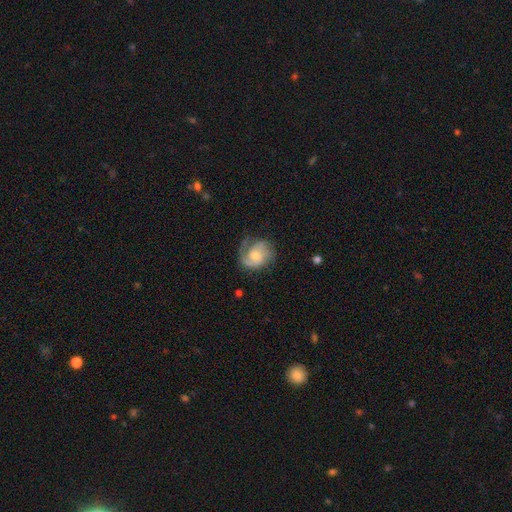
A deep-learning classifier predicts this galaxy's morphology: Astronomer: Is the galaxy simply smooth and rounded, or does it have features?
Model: featured or disk — 77%.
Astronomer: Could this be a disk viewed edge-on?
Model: no — 98%.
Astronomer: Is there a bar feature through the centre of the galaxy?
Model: no — 65%.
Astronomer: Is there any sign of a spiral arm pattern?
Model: yes — 95%.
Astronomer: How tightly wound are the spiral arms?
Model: medium — 43% (runner-up: tight, 39%).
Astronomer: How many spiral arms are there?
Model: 2 — 52%.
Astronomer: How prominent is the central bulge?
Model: moderate — 52% (runner-up: small, 40%).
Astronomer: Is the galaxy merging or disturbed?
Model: none — 65%.